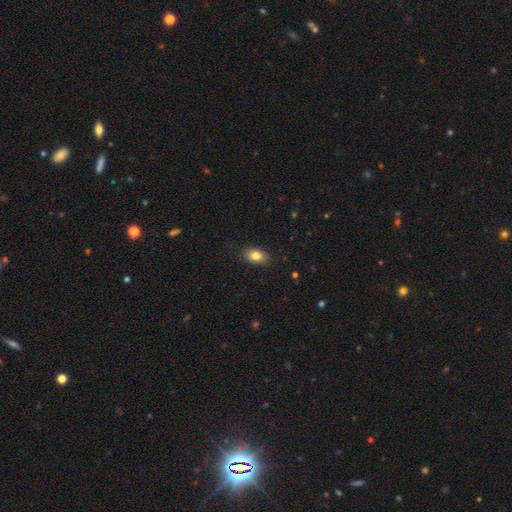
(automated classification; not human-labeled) Smooth or featured? smooth (83%)
How rounded? in between (87%)
Merging? none (86%)